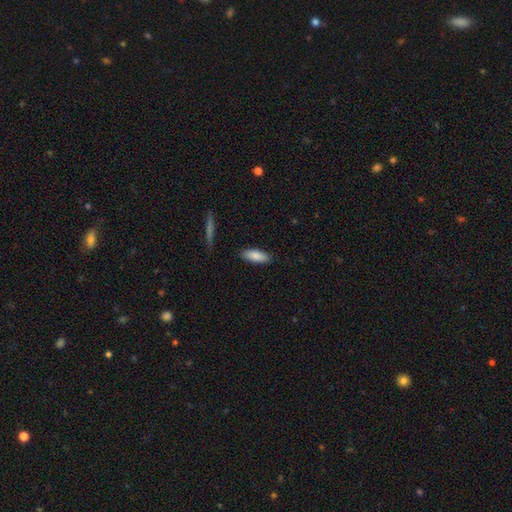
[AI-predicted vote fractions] Smooth or featured: smooth — 84% (featured or disk — 10%)
How rounded: in between — 69% (cigar-shaped — 29%)
Merging: none — 86% (minor disturbance — 10%)